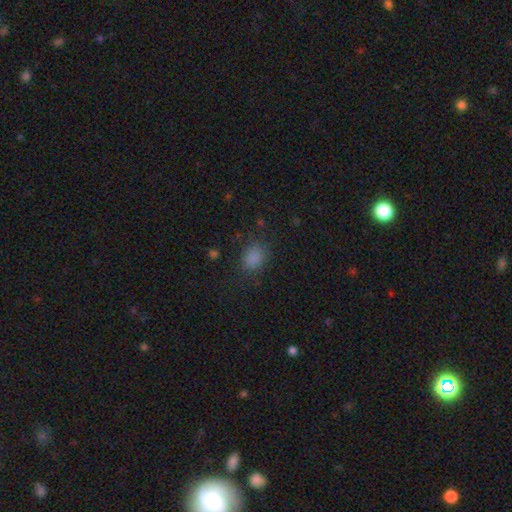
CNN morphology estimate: smooth_or_featured: smooth (p=0.79) [alt: star or artifact p=0.16]
how_rounded: in between (p=0.60) [alt: round p=0.39]
merging: none (p=0.80) [alt: minor disturbance p=0.13]